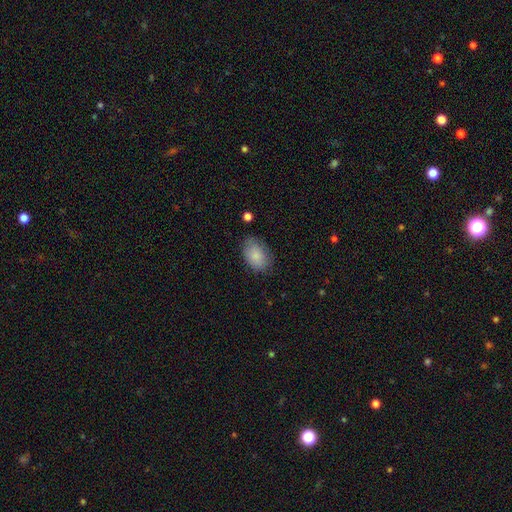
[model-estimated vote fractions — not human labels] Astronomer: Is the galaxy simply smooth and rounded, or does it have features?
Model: smooth — 87%.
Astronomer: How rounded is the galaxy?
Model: in between — 86%.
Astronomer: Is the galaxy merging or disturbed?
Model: none — 75%.